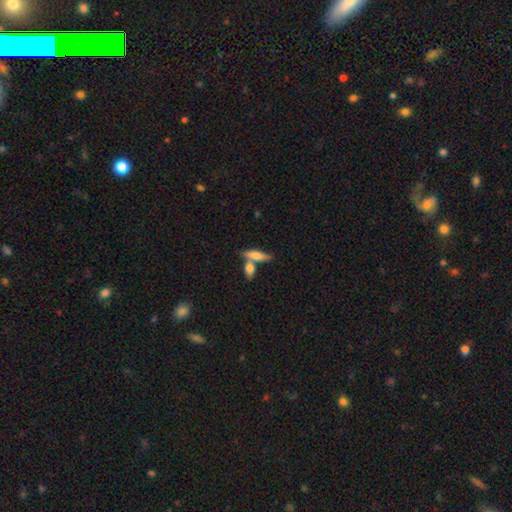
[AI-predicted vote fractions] This appears to be a smooth galaxy with no disk features (63%) that is cigar-shaped (57%). Merging: none (53%).